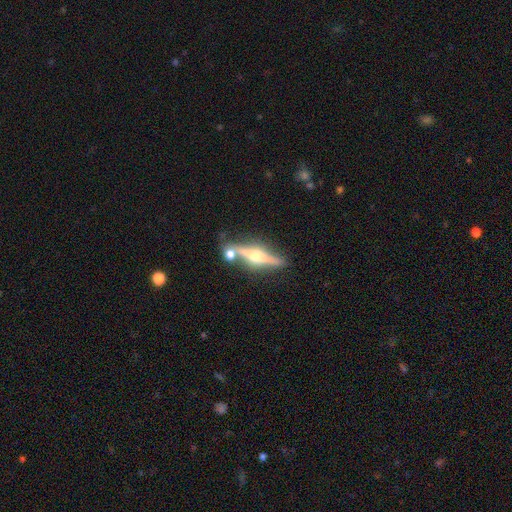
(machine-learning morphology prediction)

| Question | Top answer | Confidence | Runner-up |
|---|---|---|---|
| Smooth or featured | featured or disk | 77% | smooth (17%) |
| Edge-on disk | yes | 96% | no (4%) |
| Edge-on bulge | rounded | 95% | boxy (3%) |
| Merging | none | 67% | merger (18%) |